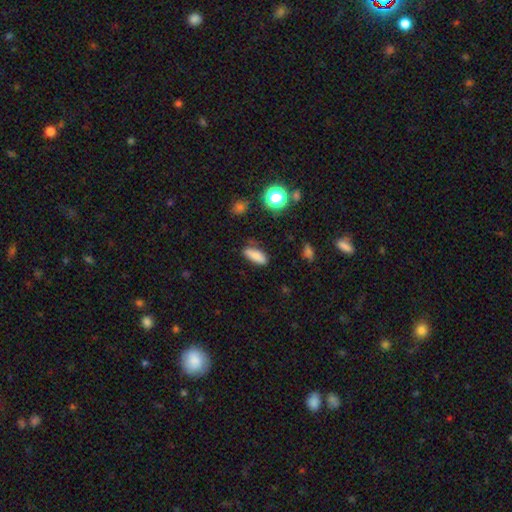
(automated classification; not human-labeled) smooth_or_featured: smooth (p=0.80) [alt: star or artifact p=0.11]
how_rounded: in between (p=0.64) [alt: cigar-shaped p=0.32]
merging: none (p=0.77) [alt: minor disturbance p=0.16]